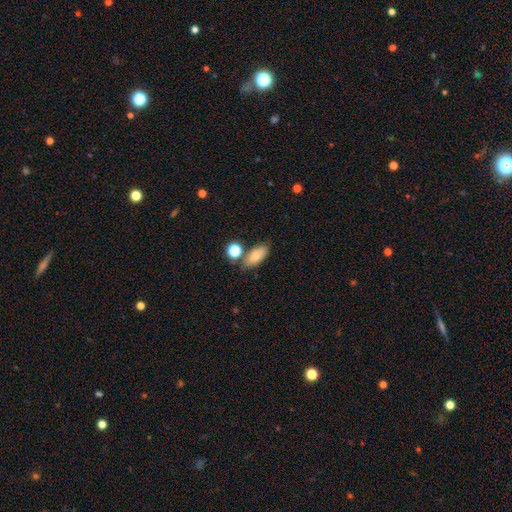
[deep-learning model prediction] A smooth galaxy with no disk features (82%) that is in between round and cigar-shaped (86%). Merging: none (67%).